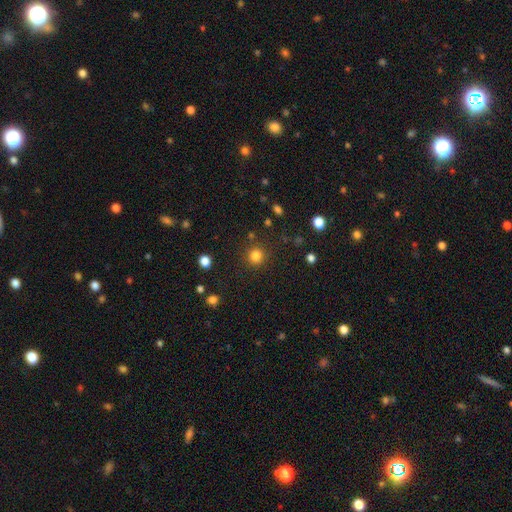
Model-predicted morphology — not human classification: smooth_or_featured: smooth (p=0.82) [alt: star or artifact p=0.13]
how_rounded: round (p=0.93) [alt: in between p=0.06]
merging: none (p=0.87) [alt: minor disturbance p=0.07]